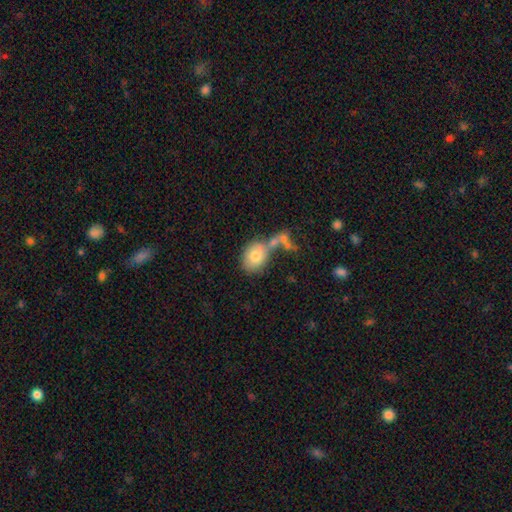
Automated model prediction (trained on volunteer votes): Q: Smooth or featured?
A: smooth (76%); runner-up: featured or disk (16%)
Q: How rounded?
A: in between (57%); runner-up: round (42%)
Q: Merging?
A: none (40%); runner-up: merger (33%)